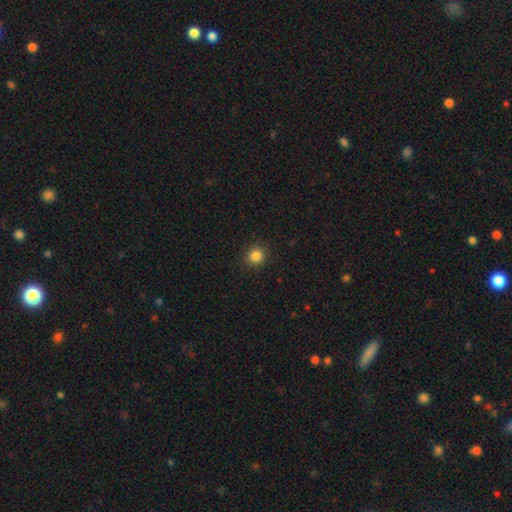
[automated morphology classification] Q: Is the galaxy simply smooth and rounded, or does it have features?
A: smooth — 84%.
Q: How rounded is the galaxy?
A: round — 91%.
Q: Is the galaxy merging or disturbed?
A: none — 91%.